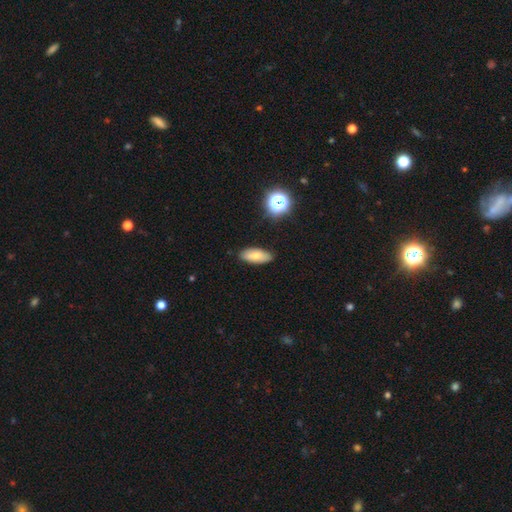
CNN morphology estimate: smooth 70%, featured or disk 20%, star or artifact 10%. Down the decision tree: how rounded — in between (83%); merging — none (85%).